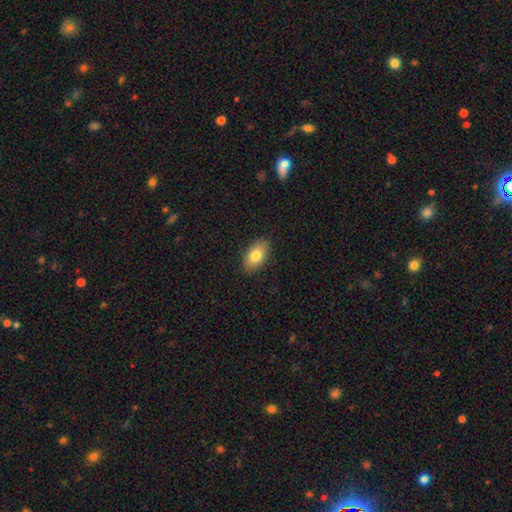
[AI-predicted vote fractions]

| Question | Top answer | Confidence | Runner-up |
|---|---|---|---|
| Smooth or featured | smooth | 80% | featured or disk (13%) |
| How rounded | in between | 92% | round (5%) |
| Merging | none | 88% | minor disturbance (9%) |